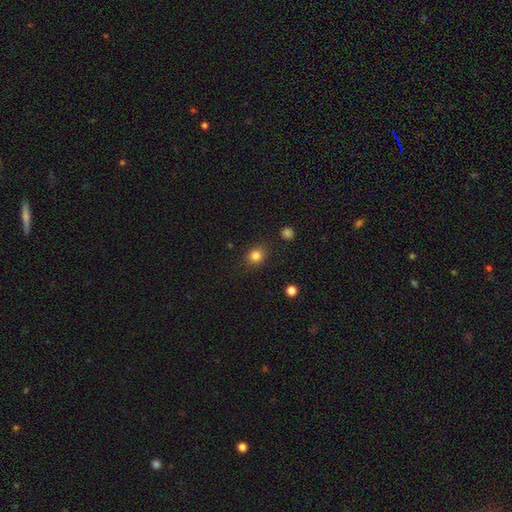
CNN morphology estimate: smooth_or_featured: smooth (p=0.84) [alt: star or artifact p=0.12]
how_rounded: round (p=0.74) [alt: in between p=0.26]
merging: none (p=0.85) [alt: minor disturbance p=0.10]